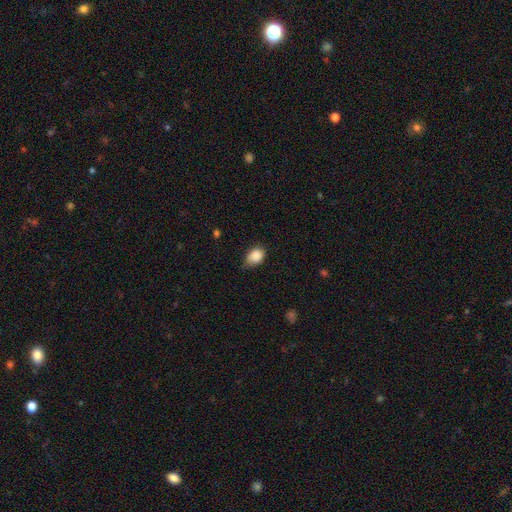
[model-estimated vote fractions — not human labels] Smooth or featured? smooth (87%)
How rounded? in between (69%)
Merging? none (55%)